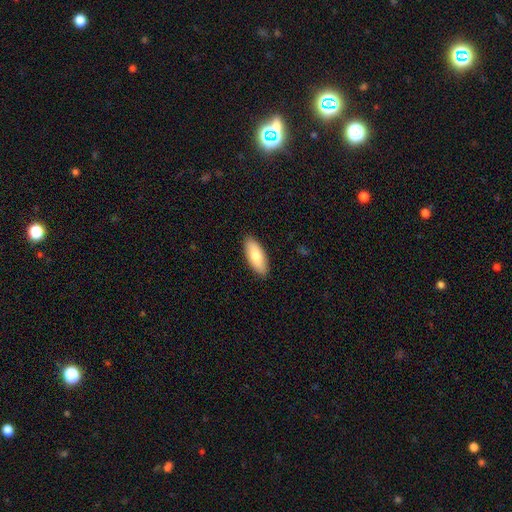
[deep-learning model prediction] Overall: smooth (78%). How rounded: in between (81%). Merging: none (89%).